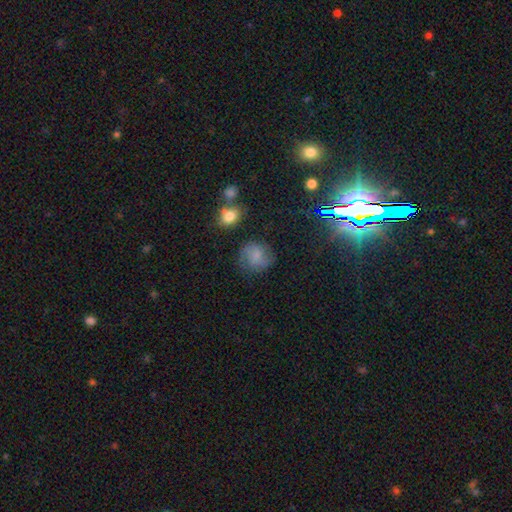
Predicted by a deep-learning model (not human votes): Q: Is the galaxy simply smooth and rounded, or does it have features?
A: smooth — 66%.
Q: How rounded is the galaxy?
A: round — 77%.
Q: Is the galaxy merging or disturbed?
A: none — 67%.